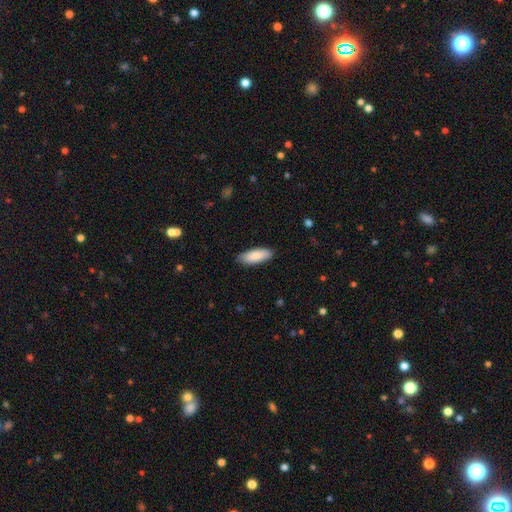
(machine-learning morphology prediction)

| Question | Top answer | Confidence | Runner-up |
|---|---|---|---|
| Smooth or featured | smooth | 86% | featured or disk (8%) |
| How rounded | in between | 72% | cigar-shaped (27%) |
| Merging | none | 88% | minor disturbance (10%) |